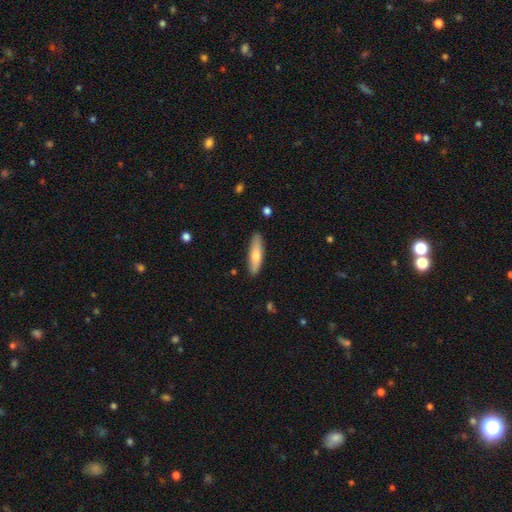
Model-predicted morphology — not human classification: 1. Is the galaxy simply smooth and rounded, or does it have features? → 69% smooth, 25% featured or disk, 6% star or artifact.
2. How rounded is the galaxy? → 68% cigar-shaped, 30% in between, 2% round.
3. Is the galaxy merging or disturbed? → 86% none, 10% minor disturbance, 2% major disturbance, 1% merger.